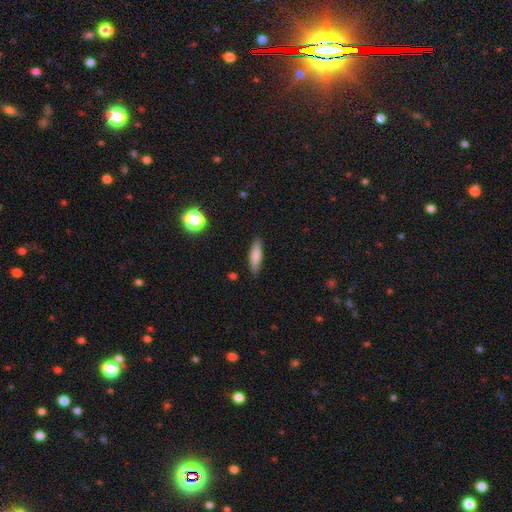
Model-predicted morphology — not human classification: Smooth or featured: smooth — 76% (featured or disk — 17%)
How rounded: cigar-shaped — 71% (in between — 27%)
Merging: none — 88% (minor disturbance — 9%)